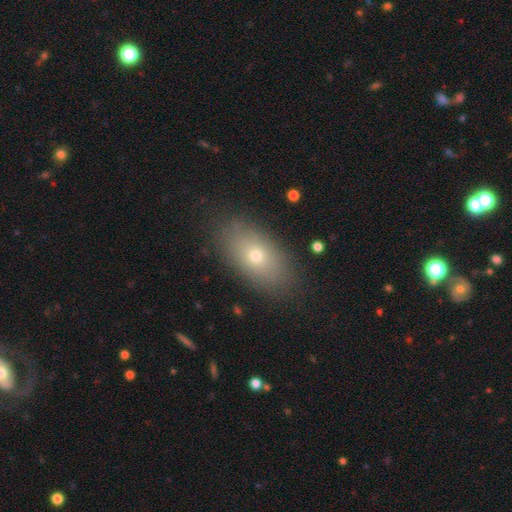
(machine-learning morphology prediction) type=smooth (69%); roundness=in between (86%); merging=none (85%).